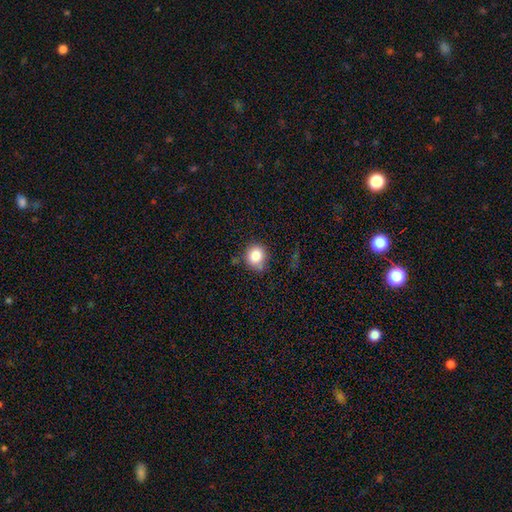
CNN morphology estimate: Q: Smooth or featured?
A: smooth (84%); runner-up: star or artifact (10%)
Q: How rounded?
A: round (81%); runner-up: in between (18%)
Q: Merging?
A: none (69%); runner-up: minor disturbance (21%)